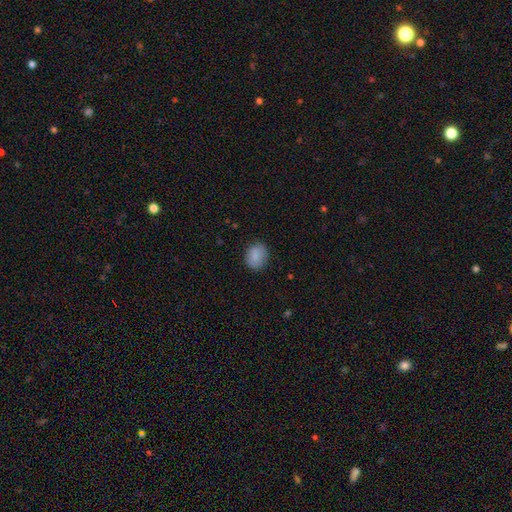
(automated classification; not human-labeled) This is clearly a smooth galaxy (84%). How rounded: possibly round (50%). Merging: clearly none (83%).